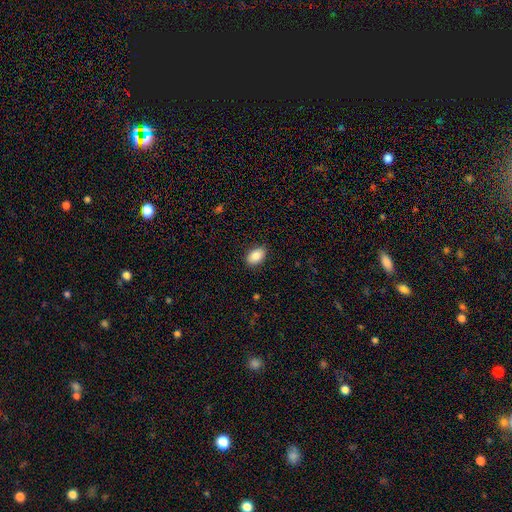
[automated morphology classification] type=smooth (88%); roundness=in between (90%); merging=none (87%).